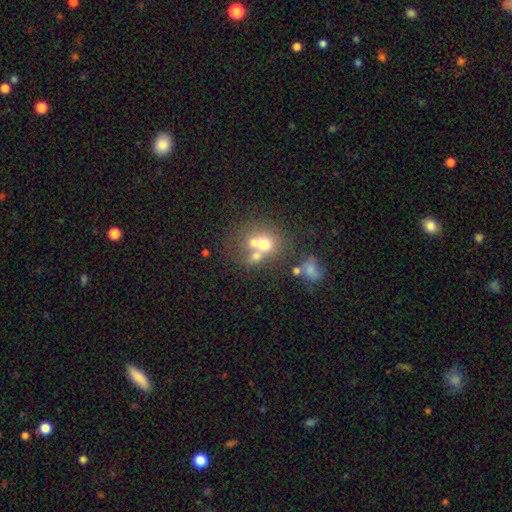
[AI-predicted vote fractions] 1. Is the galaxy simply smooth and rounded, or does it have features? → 57% smooth, 28% featured or disk, 15% star or artifact.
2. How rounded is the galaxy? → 65% round, 34% in between, 1% cigar-shaped.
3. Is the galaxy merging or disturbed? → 52% merger, 32% none, 9% minor disturbance, 7% major disturbance.